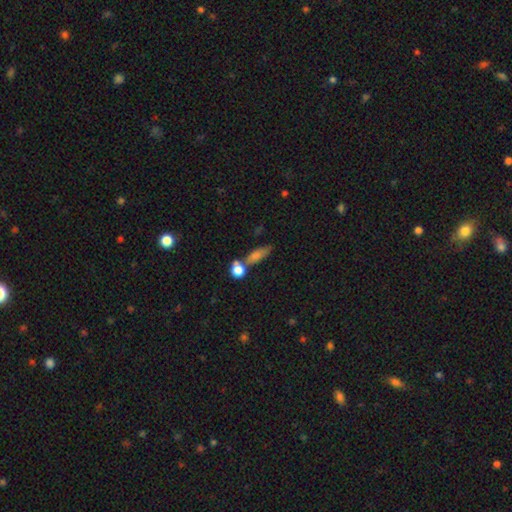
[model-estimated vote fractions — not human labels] smooth 64%, featured or disk 21%, star or artifact 15%. Down the decision tree: how rounded — cigar-shaped (43%, tied with in between); merging — none (63%).